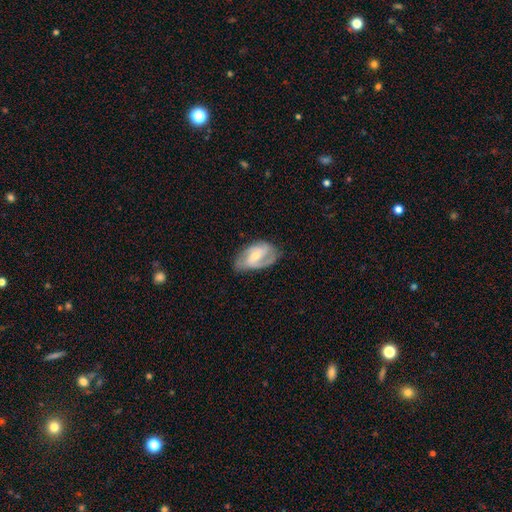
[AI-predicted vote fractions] Smooth or featured?
  - featured or disk: 78% *
  - smooth: 16%
  - star or artifact: 5%
Edge-on disk?
  - no: 97% *
  - yes: 3%
Bar?
  - weak: 46% *
  - no: 34%
  - strong: 20%
Spiral arms?
  - yes: 93% *
  - no: 7%
Spiral winding?
  - medium: 50% *
  - tight: 31%
  - loose: 19%
Spiral arm count?
  - 2: 67% *
  - 3: 14%
  - can't tell: 11%
  - 1: 4%
  - 4: 2%
  - more than 4: 2%
Bulge size?
  - small: 53% *
  - moderate: 42%
  - large: 2%
  - none: 2%
  - dominant: 1%
Merging?
  - none: 69% *
  - minor disturbance: 22%
  - major disturbance: 8%
  - merger: 1%